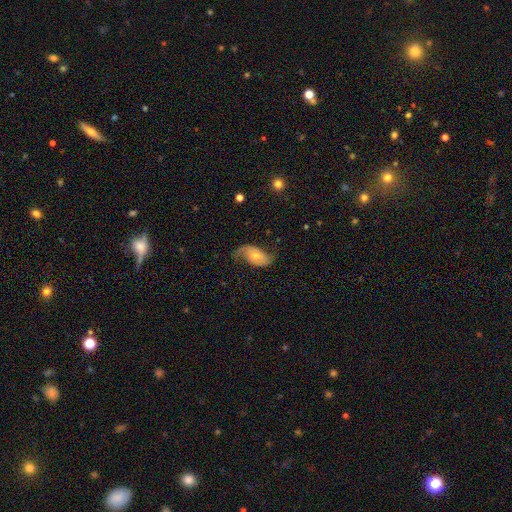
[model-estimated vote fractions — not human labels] A featured or disk galaxy (62%) with no bar (65%), 2 (81%) loose (60%) spiral arms (86%) and a small central bulge (49%). Merging: none (56%).